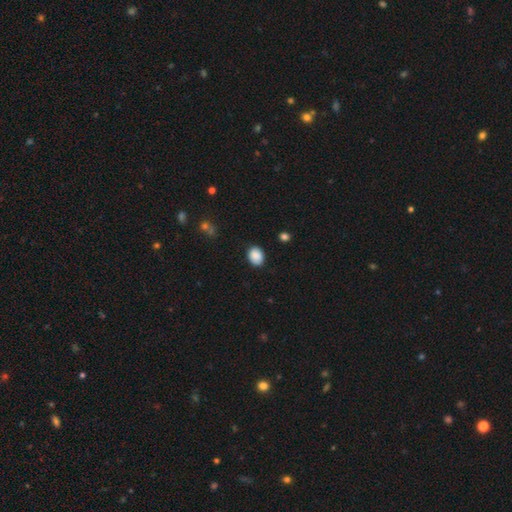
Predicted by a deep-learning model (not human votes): Overall: smooth (87%). How rounded: in between (56%; round 43%). Merging: none (84%).